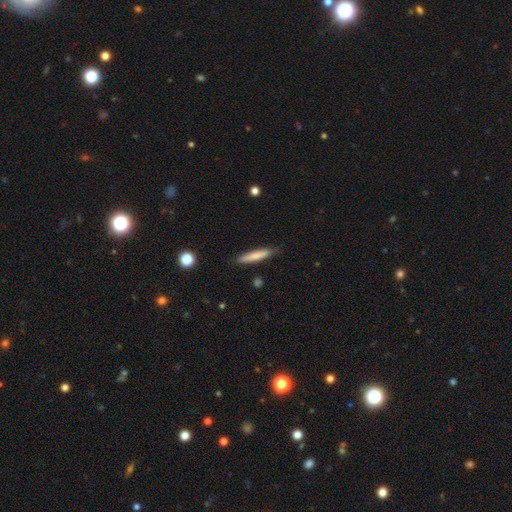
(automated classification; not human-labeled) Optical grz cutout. It shows a smooth galaxy with no disk features (74%) that is cigar-shaped (92%). Merging: none (84%).